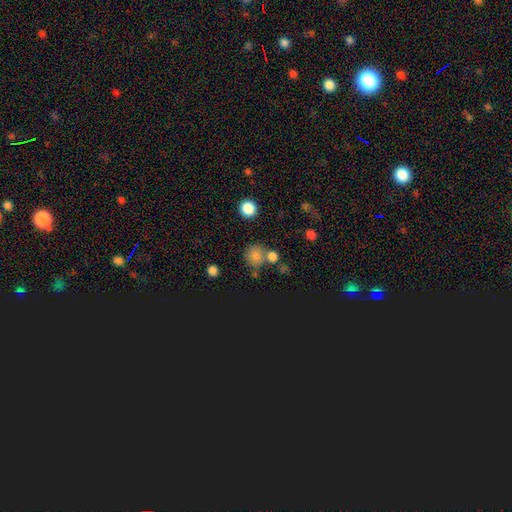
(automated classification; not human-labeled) Smooth or featured? Predicted: smooth (p=0.76). How rounded? Predicted: round (p=0.85). Merging? Predicted: none (p=0.64).